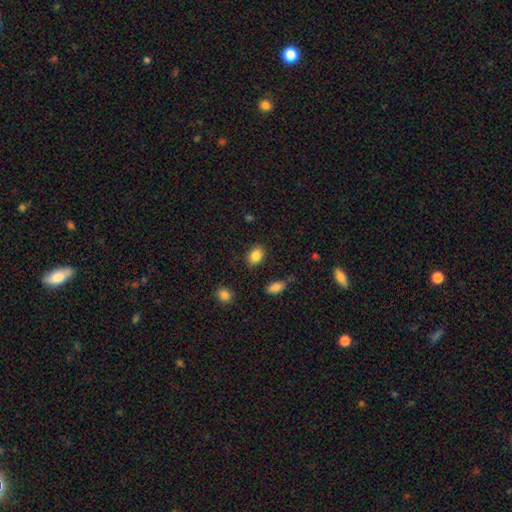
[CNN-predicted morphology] Overall: smooth (86%). How rounded: in between (68%; round 31%). Merging: none (84%).